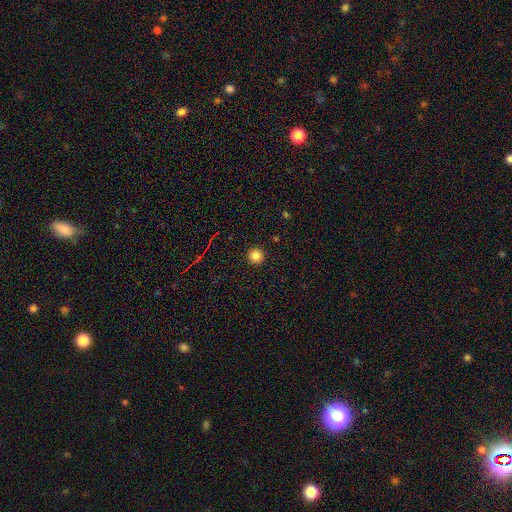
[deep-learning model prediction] smooth-or-featured: smooth: 83% | star or artifact: 13% | featured or disk: 4%
  how-rounded: round: 96% | in between: 3% | cigar-shaped: 1%
  merging: none: 93% | minor disturbance: 5% | major disturbance: 2% | merger: 1%